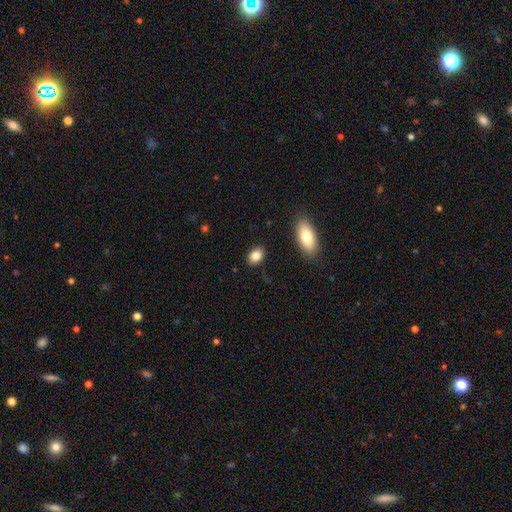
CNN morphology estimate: type=smooth (85%); roundness=in between (80%); merging=none (86%).